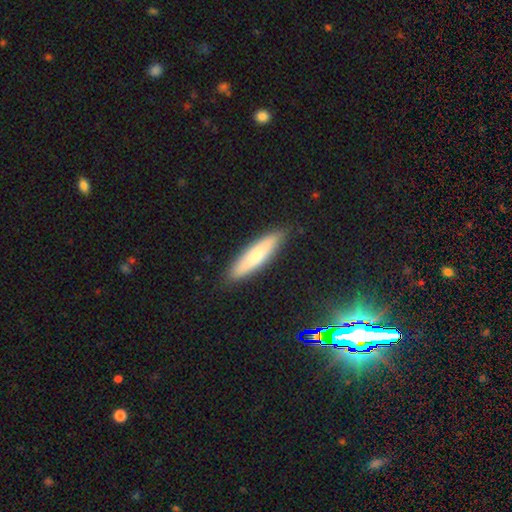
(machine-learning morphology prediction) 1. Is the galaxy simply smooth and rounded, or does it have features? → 71% smooth, 23% featured or disk, 6% star or artifact.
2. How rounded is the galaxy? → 74% cigar-shaped, 24% in between, 1% round.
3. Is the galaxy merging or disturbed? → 88% none, 9% minor disturbance, 2% major disturbance, 1% merger.